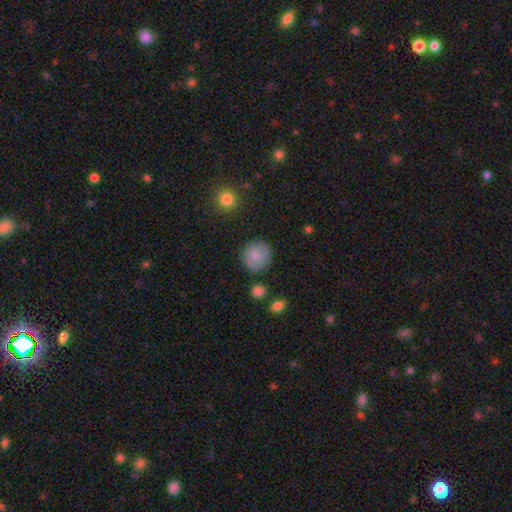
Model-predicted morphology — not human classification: Q: Smooth or featured?
A: smooth (85%); runner-up: star or artifact (8%)
Q: How rounded?
A: round (91%); runner-up: in between (8%)
Q: Merging?
A: none (83%); runner-up: minor disturbance (11%)